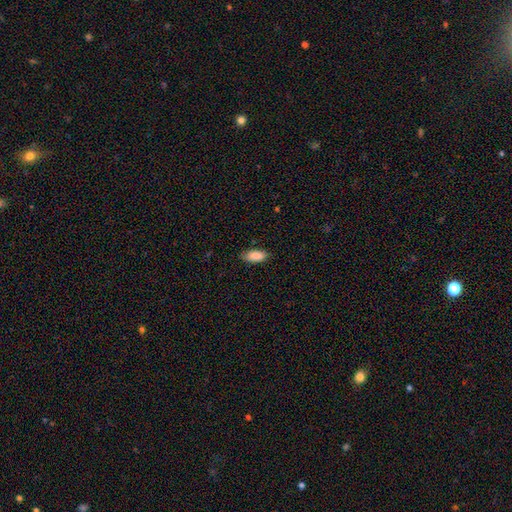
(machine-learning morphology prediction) smooth 89%, star or artifact 6%, featured or disk 5%. Down the decision tree: how rounded — in between (88%); merging — none (80%).